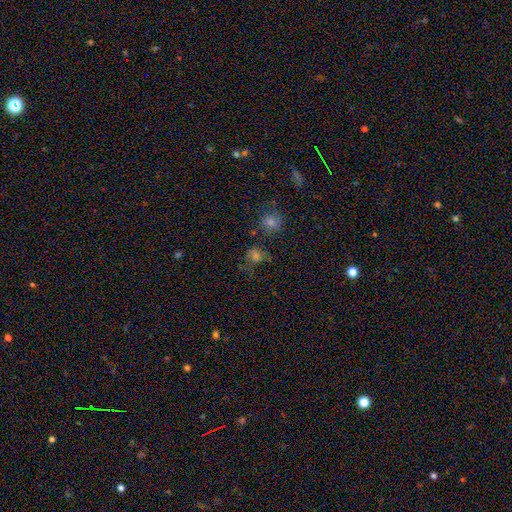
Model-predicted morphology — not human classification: type=smooth (47%); merging=none (54%).